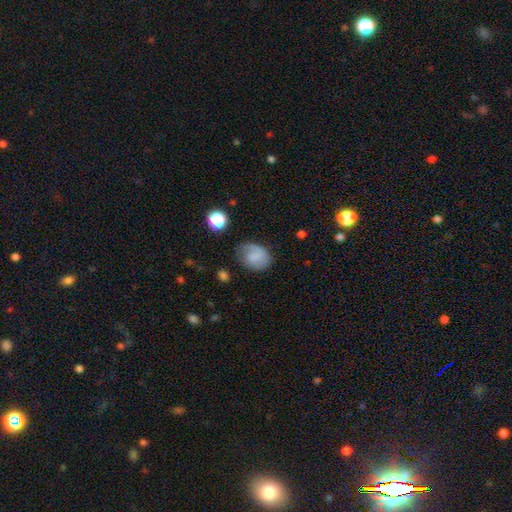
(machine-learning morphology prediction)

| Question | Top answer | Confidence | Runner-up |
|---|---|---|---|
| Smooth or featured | smooth | 67% | featured or disk (23%) |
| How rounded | in between | 60% | round (39%) |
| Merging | none | 59% | minor disturbance (27%) |